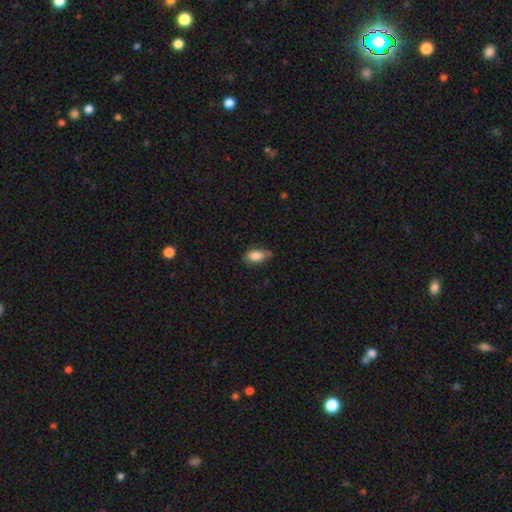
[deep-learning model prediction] Morphology: type=smooth (82%); roundness=in between (87%); merging=none (60%).